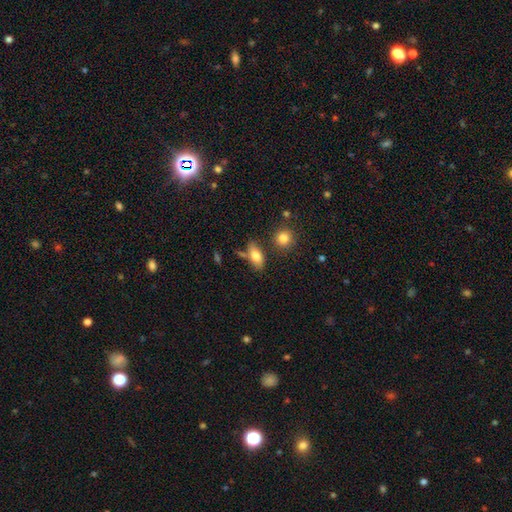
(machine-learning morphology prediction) Overall: smooth (76%). How rounded: in between (83%). Merging: none (67%).